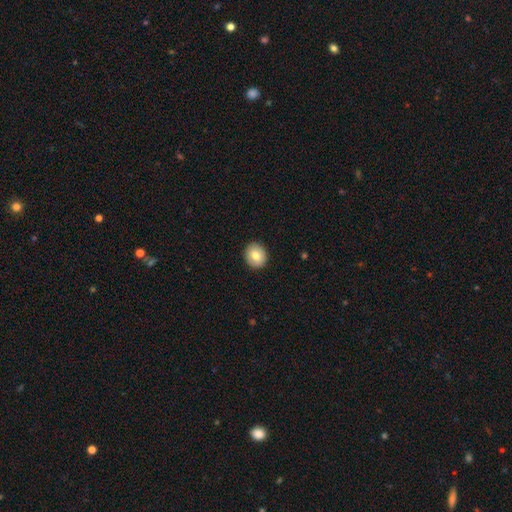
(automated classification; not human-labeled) Q: Smooth or featured?
A: smooth (78%); runner-up: featured or disk (15%)
Q: How rounded?
A: round (76%); runner-up: in between (23%)
Q: Merging?
A: none (91%); runner-up: minor disturbance (6%)